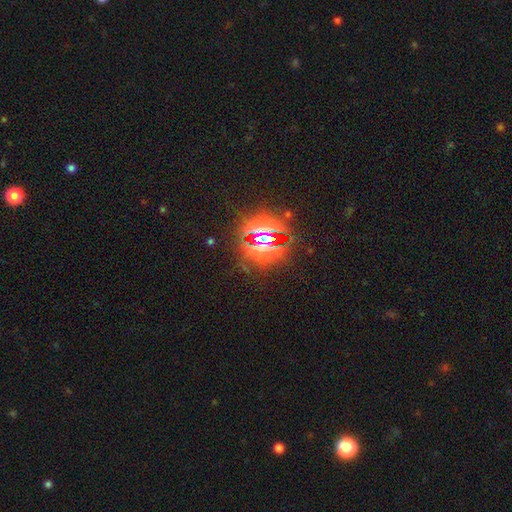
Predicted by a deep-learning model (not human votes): star or artifact 86%, smooth 9%, featured or disk 5%.